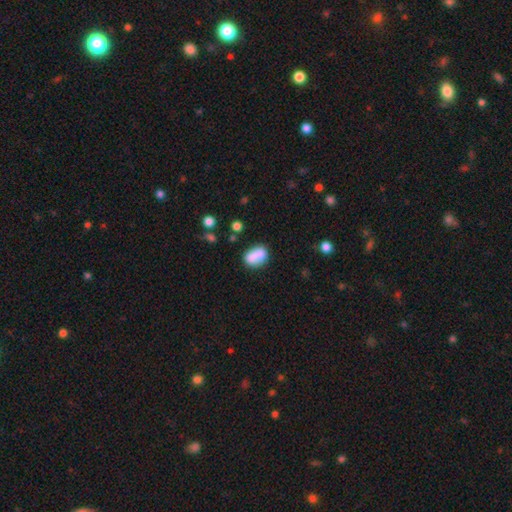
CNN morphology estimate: Smooth or featured? Predicted: smooth (p=0.79). How rounded? Predicted: in between (p=0.79). Merging? Predicted: none (p=0.54).